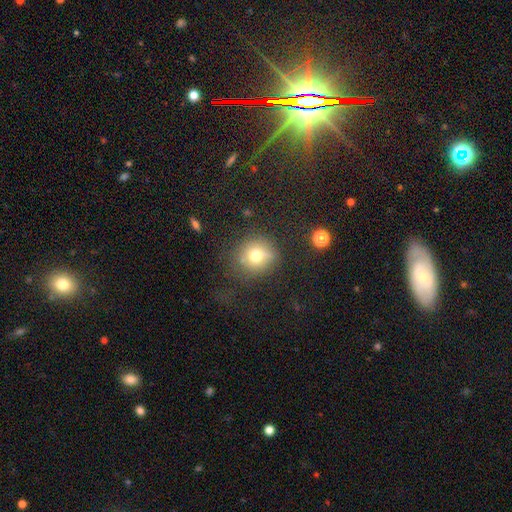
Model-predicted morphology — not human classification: The model was most divided on "merging": none: 68%, minor disturbance: 19%, major disturbance: 9%, merger: 4%. More confident: how rounded — round (85%); smooth or featured — smooth (71%).